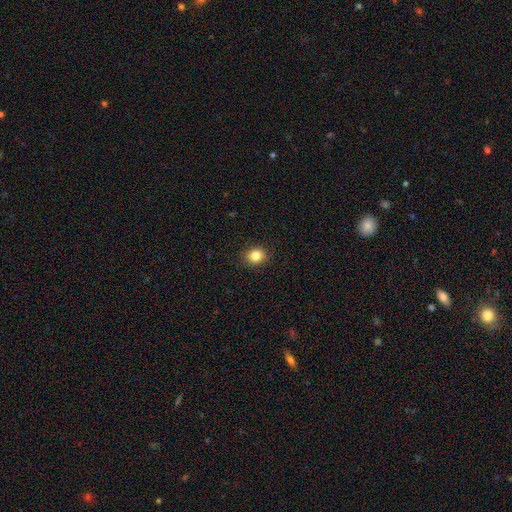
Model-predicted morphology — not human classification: A smooth galaxy with no disk features (84%) that is round (72%). Merging: none (91%).